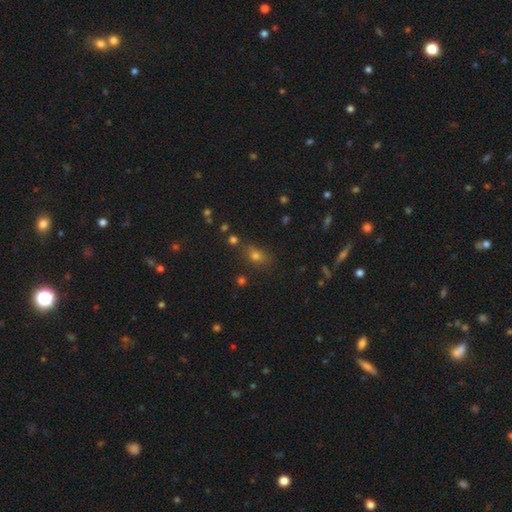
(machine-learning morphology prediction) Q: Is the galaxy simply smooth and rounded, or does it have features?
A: smooth — 63%.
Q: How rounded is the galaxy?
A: in between — 52%.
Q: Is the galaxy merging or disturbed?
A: none — 69%.